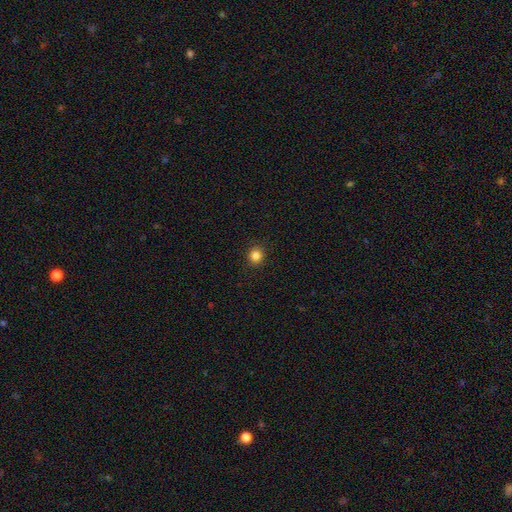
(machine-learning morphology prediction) Smooth or featured?
  - smooth: 84% *
  - star or artifact: 12%
  - featured or disk: 4%
How rounded?
  - round: 89% *
  - in between: 10%
  - cigar-shaped: 1%
Merging?
  - none: 92% *
  - minor disturbance: 6%
  - major disturbance: 2%
  - merger: 1%